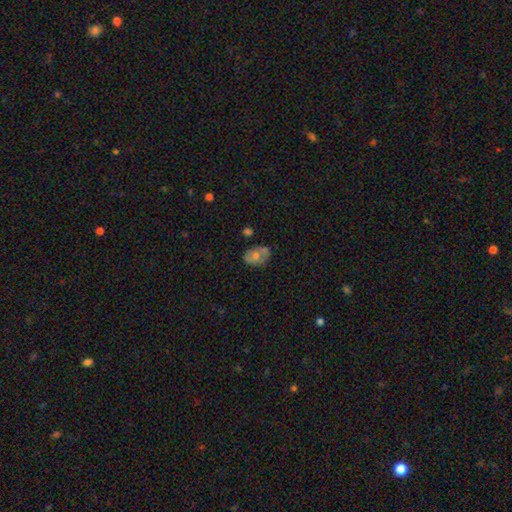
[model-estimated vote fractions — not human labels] smooth 46%, featured or disk 44%, star or artifact 11%. Down the decision tree: merging — none (66%).